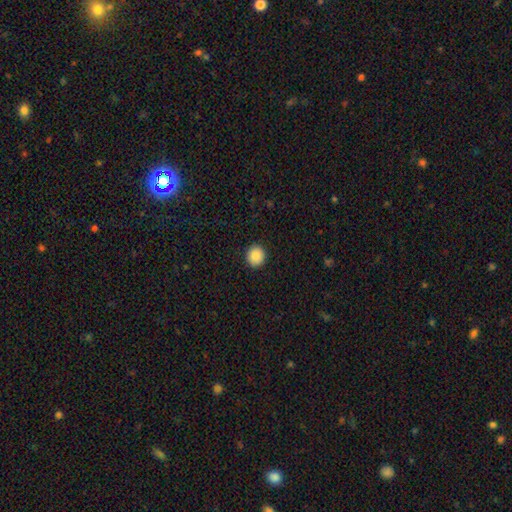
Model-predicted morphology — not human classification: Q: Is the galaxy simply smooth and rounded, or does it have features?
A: smooth — 88%.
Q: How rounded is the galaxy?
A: round — 89%.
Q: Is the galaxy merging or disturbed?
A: none — 92%.